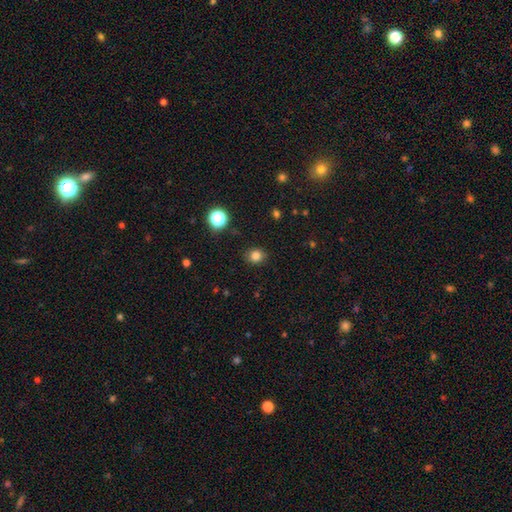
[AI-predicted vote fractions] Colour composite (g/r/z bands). It shows a smooth galaxy with no disk features (82%) that is round (76%). Merging: none (88%).